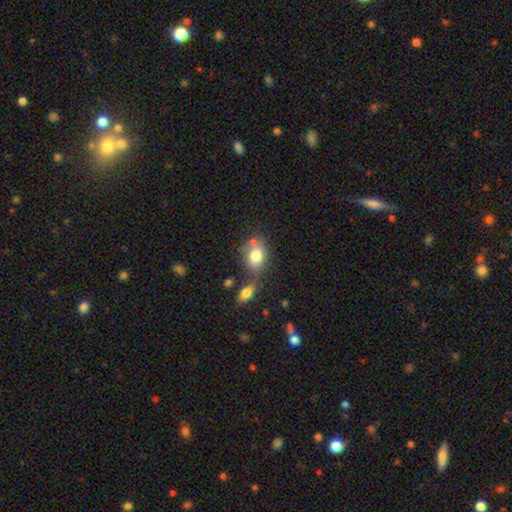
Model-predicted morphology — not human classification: The model was most divided on "how rounded": in between: 57%, round: 41%, cigar-shaped: 1%. More confident: smooth or featured — smooth (78%); merging — none (52%).